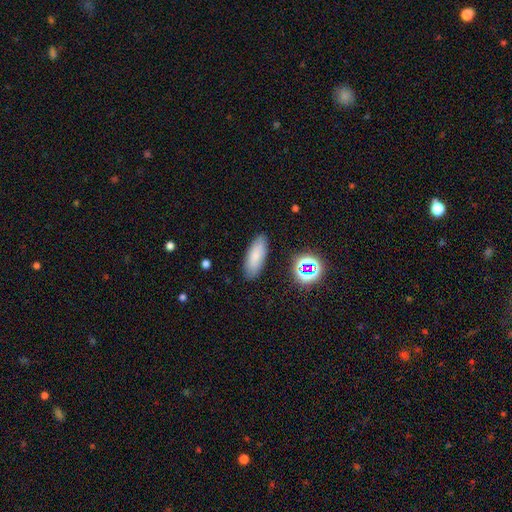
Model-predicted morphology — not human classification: type=smooth (79%); roundness=in between (70%); merging=none (86%).